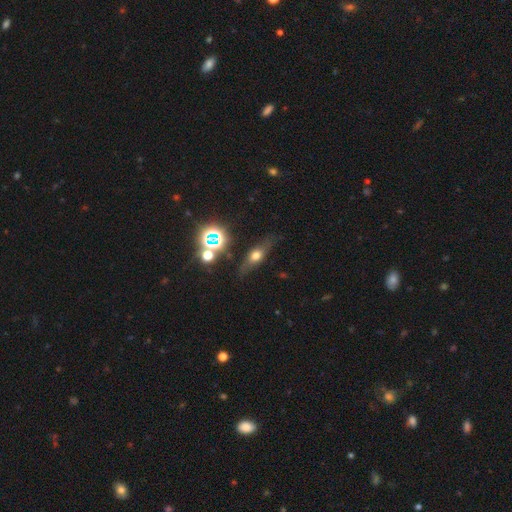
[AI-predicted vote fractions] smooth_or_featured: smooth (p=0.42) [alt: featured or disk p=0.39]
merging: none (p=0.76) [alt: minor disturbance p=0.15]